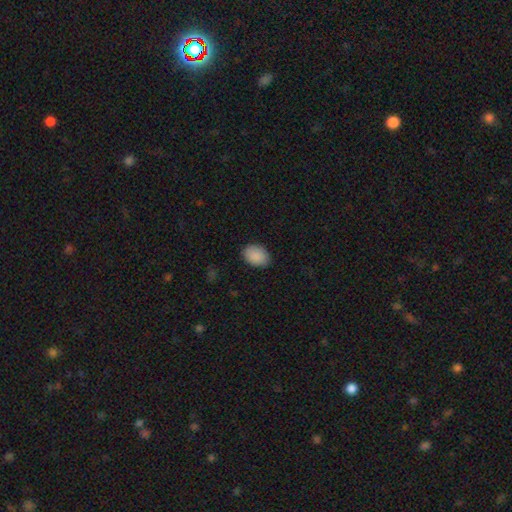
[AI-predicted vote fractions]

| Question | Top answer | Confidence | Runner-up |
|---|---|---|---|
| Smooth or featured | smooth | 90% | star or artifact (7%) |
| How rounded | in between | 74% | round (25%) |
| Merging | none | 87% | minor disturbance (10%) |